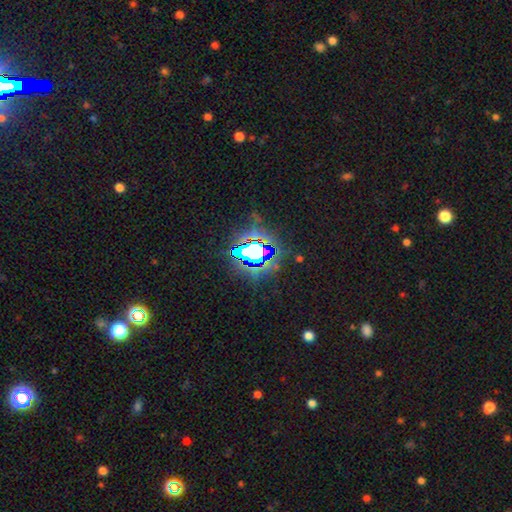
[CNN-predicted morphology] This is likely a star or artifact rather than a galaxy (74%).